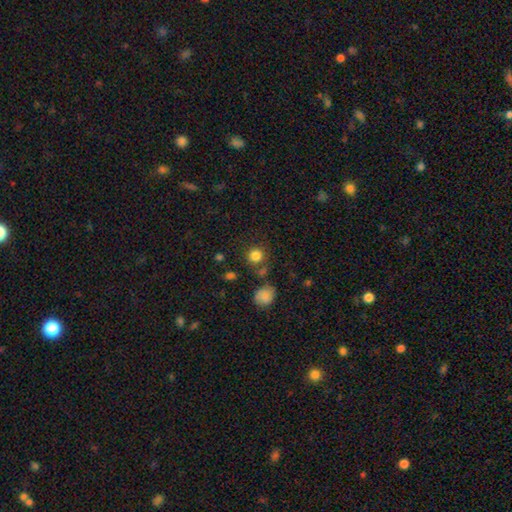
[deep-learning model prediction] Smooth or featured?
  - smooth: 82% *
  - star or artifact: 12%
  - featured or disk: 6%
How rounded?
  - round: 91% *
  - in between: 8%
  - cigar-shaped: 1%
Merging?
  - none: 79% *
  - minor disturbance: 9%
  - merger: 8%
  - major disturbance: 4%